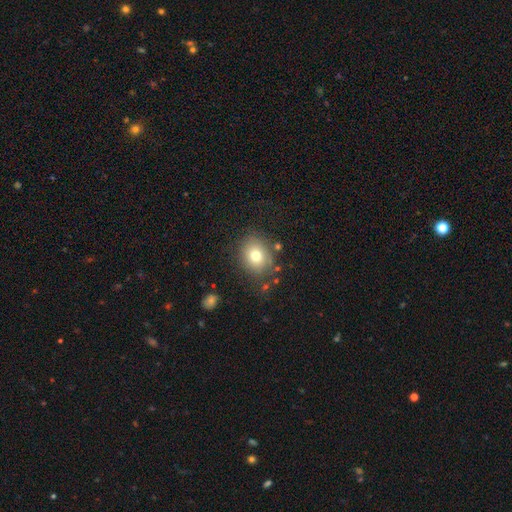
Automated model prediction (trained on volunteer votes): smooth 75%, featured or disk 13%, star or artifact 12%. Down the decision tree: how rounded — round (62%); merging — none (79%).